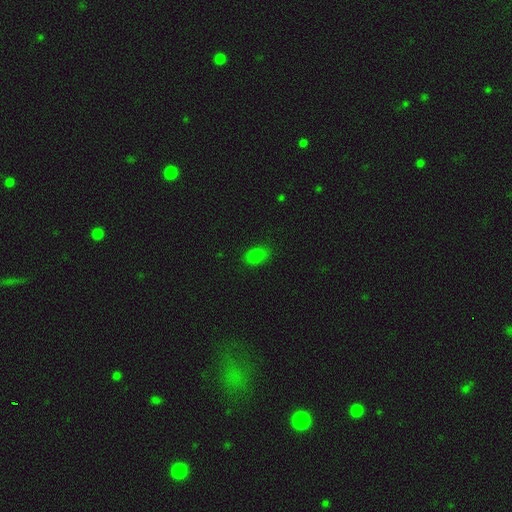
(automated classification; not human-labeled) The model was most divided on "merging": none: 81%, minor disturbance: 15%, major disturbance: 3%, merger: 1%. More confident: how rounded — in between (88%); smooth or featured — smooth (83%).